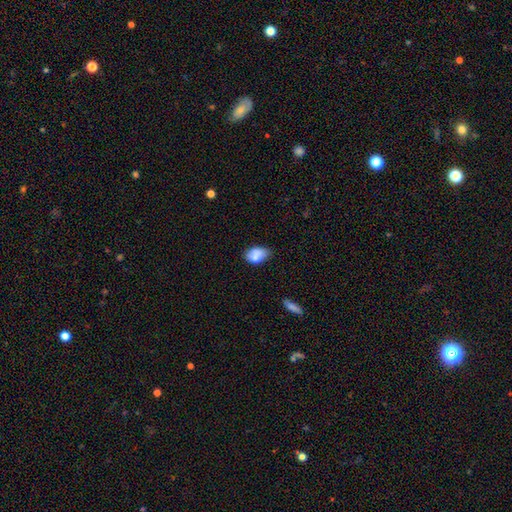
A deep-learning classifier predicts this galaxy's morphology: Smooth or featured? smooth (77%)
How rounded? in between (84%)
Merging? none (44%)